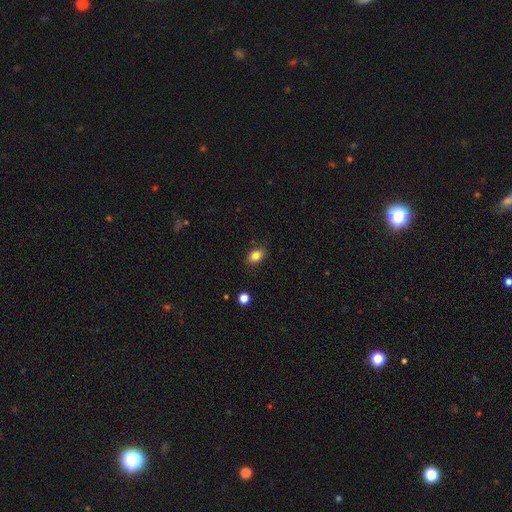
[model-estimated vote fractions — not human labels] Morphology: type=smooth (83%); roundness=in between (75%); merging=none (85%).